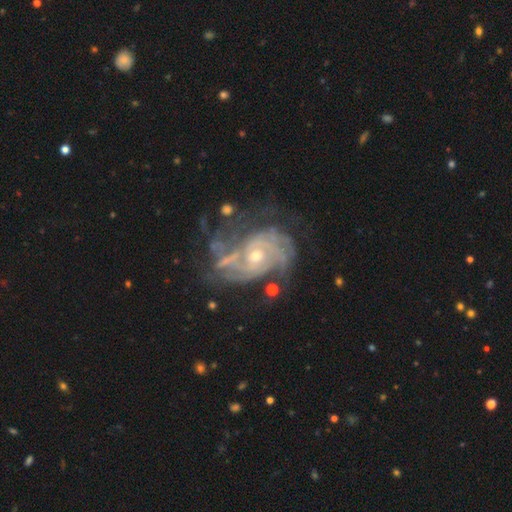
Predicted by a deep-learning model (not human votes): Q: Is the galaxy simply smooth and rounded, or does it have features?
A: featured or disk — 86%.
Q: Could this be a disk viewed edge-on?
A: no — 97%.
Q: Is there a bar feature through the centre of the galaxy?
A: no — 73%.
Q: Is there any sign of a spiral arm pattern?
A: yes — 90%.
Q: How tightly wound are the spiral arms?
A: tight — 56%.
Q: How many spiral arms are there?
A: can't tell — 39%.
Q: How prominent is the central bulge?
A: small — 50%.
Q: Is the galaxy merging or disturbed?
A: none — 49%.